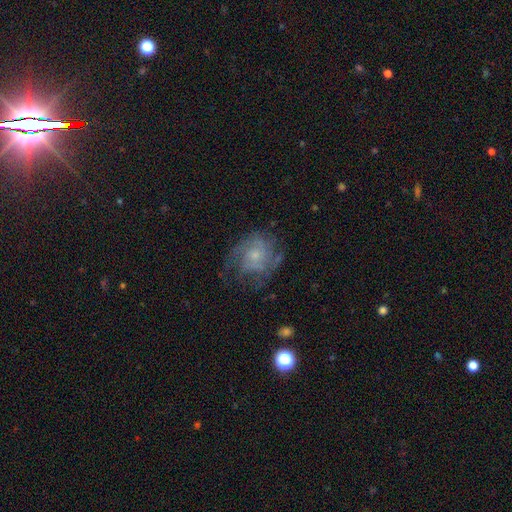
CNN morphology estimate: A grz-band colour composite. It shows a featured or disk galaxy (72%) with no bar (76%), tight (44%) spiral arms (84%) and a small central bulge (64%). Merging: none (58%).